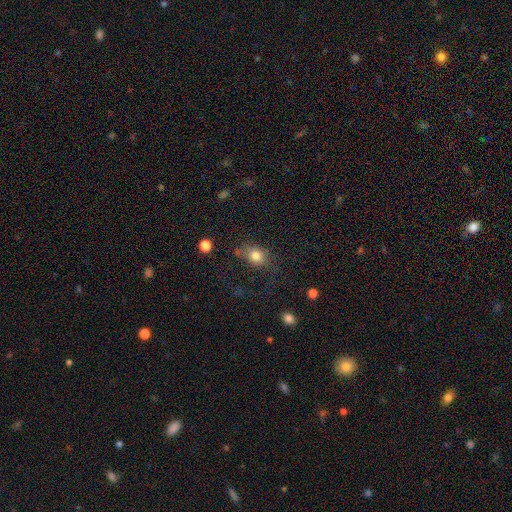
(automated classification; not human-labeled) Smooth or featured? Predicted: smooth (p=0.79). How rounded? Predicted: in between (p=0.57). Merging? Predicted: none (p=0.61).